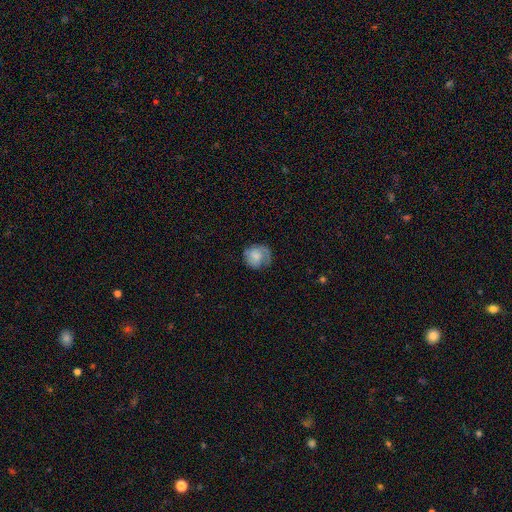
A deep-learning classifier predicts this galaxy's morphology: Smooth or featured? smooth (56%)
How rounded? round (78%)
Merging? none (58%)